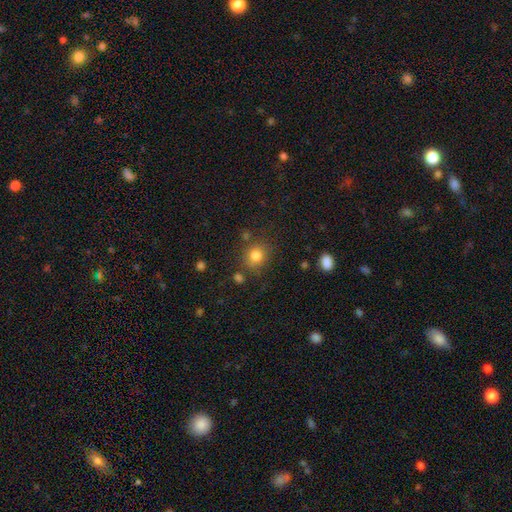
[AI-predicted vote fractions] This appears to be a smooth galaxy with no disk features (81%) that is round (77%). Merging: none (77%).